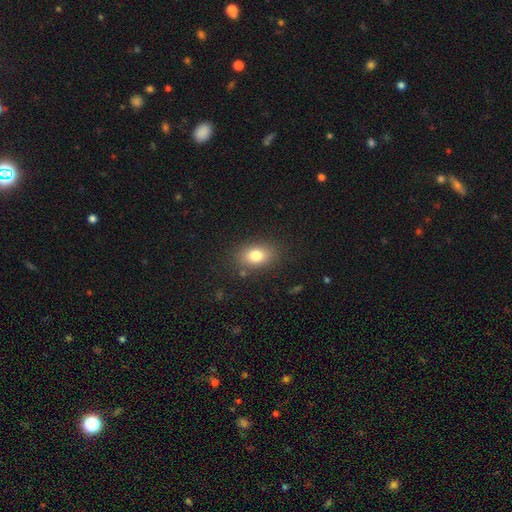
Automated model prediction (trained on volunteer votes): smooth-or-featured: smooth: 79% | featured or disk: 10% | star or artifact: 10%
  how-rounded: in between: 76% | round: 22% | cigar-shaped: 2%
  merging: none: 84% | minor disturbance: 10% | major disturbance: 3% | merger: 2%